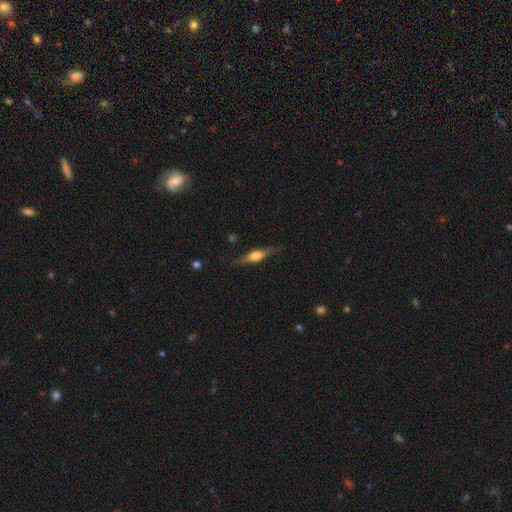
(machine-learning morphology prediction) Smooth or featured? featured or disk (60%)
Edge-on disk? yes (95%)
Edge-on bulge? rounded (87%)
Merging? none (80%)